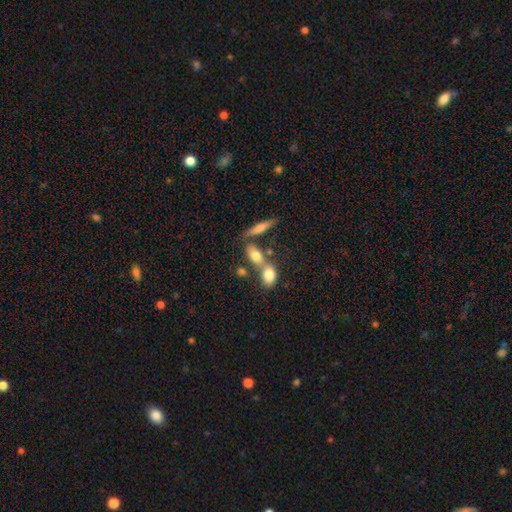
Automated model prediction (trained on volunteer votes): Q: Smooth or featured?
A: smooth (73%); runner-up: featured or disk (18%)
Q: How rounded?
A: in between (72%); runner-up: cigar-shaped (15%)
Q: Merging?
A: merger (45%); runner-up: none (39%)